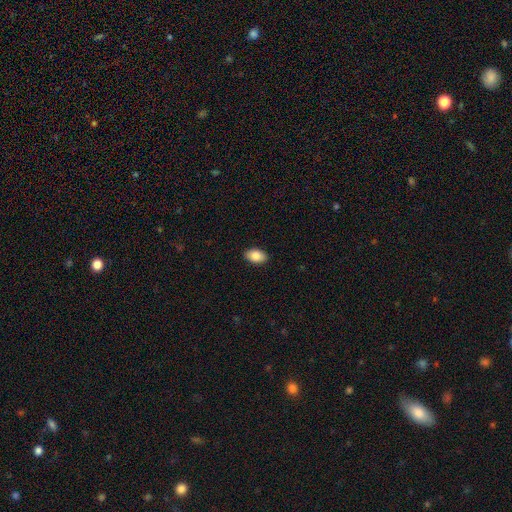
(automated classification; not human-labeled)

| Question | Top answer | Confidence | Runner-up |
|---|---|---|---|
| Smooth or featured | smooth | 86% | star or artifact (7%) |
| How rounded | in between | 91% | round (7%) |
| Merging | none | 90% | minor disturbance (8%) |